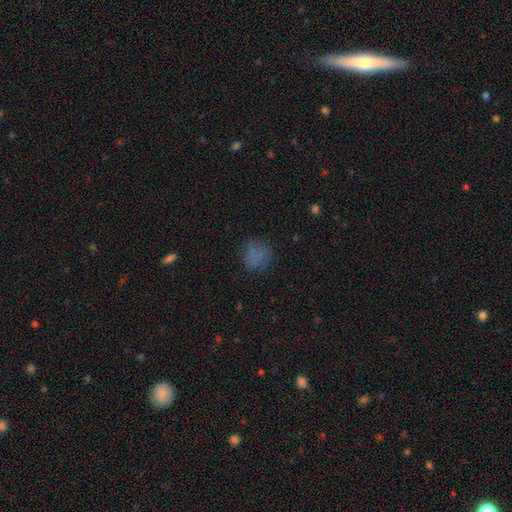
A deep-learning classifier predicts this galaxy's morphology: smooth 73%, star or artifact 18%, featured or disk 9%. Down the decision tree: how rounded — round (84%); merging — none (74%).